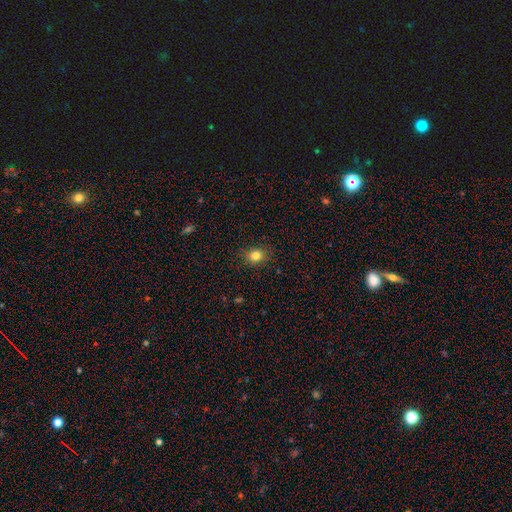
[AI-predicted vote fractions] Smooth or featured: smooth — 82% (star or artifact — 12%)
How rounded: round — 62% (in between — 37%)
Merging: none — 86% (minor disturbance — 10%)